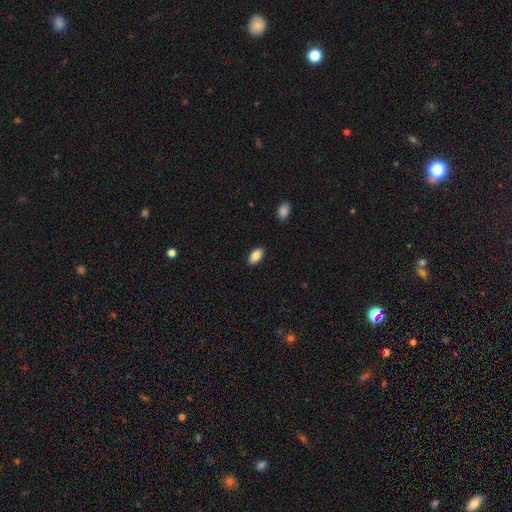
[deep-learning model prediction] This appears to be a smooth galaxy with no disk features (85%) that is in between round and cigar-shaped (93%). Merging: none (89%).